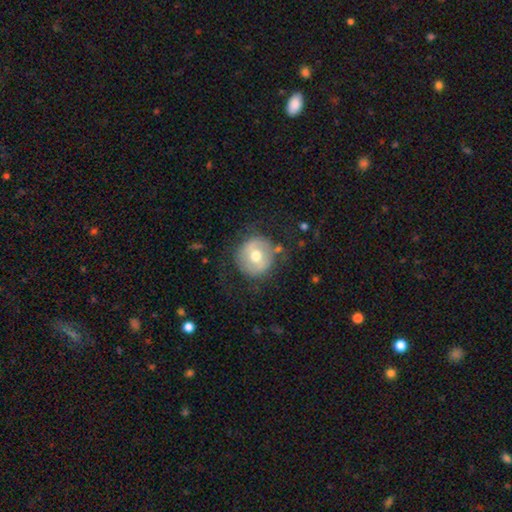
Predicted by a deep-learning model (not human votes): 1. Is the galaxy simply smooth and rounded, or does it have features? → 54% smooth, 38% featured or disk, 8% star or artifact.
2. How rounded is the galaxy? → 91% round, 8% in between, 1% cigar-shaped.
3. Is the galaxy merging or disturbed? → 76% none, 14% minor disturbance, 7% major disturbance, 2% merger.